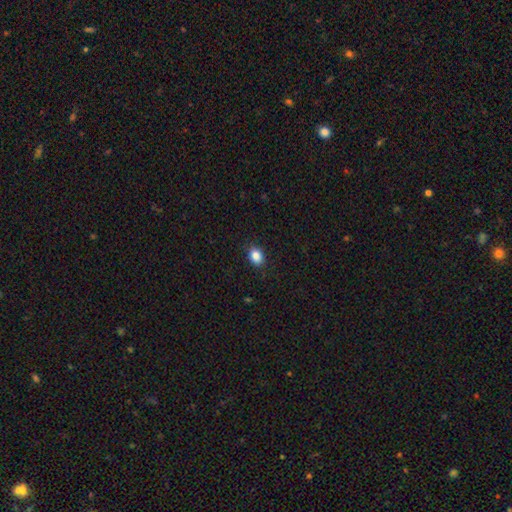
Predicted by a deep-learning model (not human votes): Smooth or featured? Predicted: smooth (p=0.86). How rounded? Predicted: in between (p=0.67). Merging? Predicted: none (p=0.89).